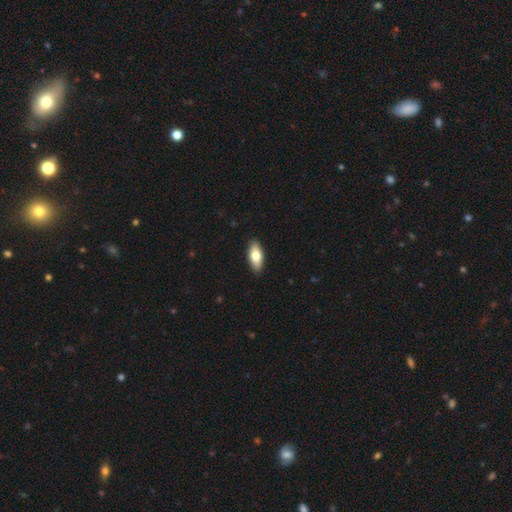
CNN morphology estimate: smooth 72%, featured or disk 22%, star or artifact 6%. Down the decision tree: how rounded — in between (81%); merging — none (90%).